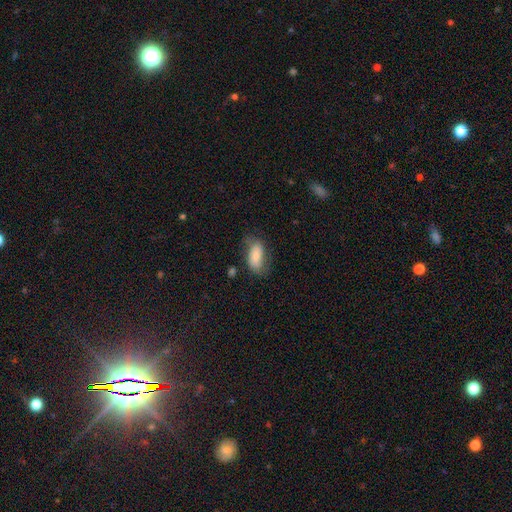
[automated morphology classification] A smooth galaxy with no disk features (70%) that is in between round and cigar-shaped (90%). Merging: none (60%).